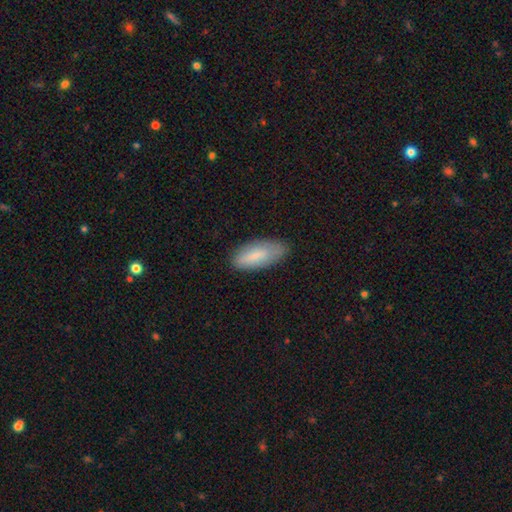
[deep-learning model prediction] This appears to be a smooth galaxy with no disk features (80%) that is in between round and cigar-shaped (78%). Merging: none (76%).